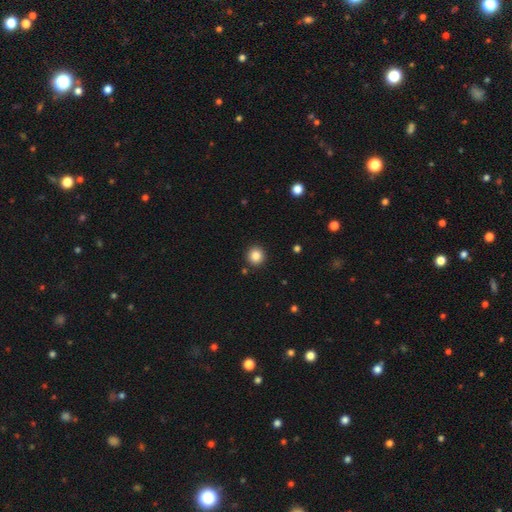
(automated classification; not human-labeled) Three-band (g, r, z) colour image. It shows a smooth galaxy with no disk features (86%) that is round (92%). Merging: none (91%).